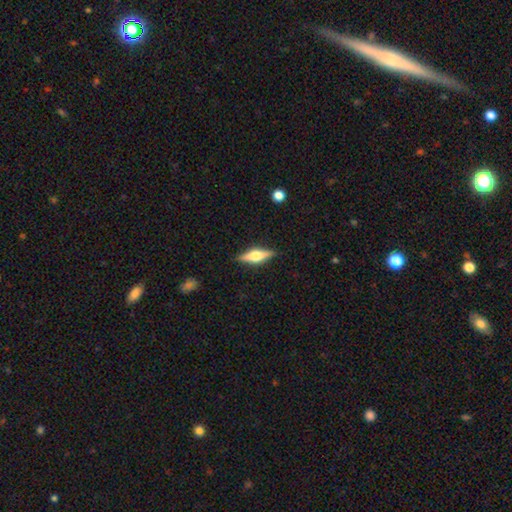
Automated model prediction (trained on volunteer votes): Q: Smooth or featured?
A: featured or disk (63%); runner-up: smooth (31%)
Q: Edge-on disk?
A: yes (96%); runner-up: no (4%)
Q: Edge-on bulge?
A: rounded (93%); runner-up: boxy (5%)
Q: Merging?
A: none (88%); runner-up: minor disturbance (8%)